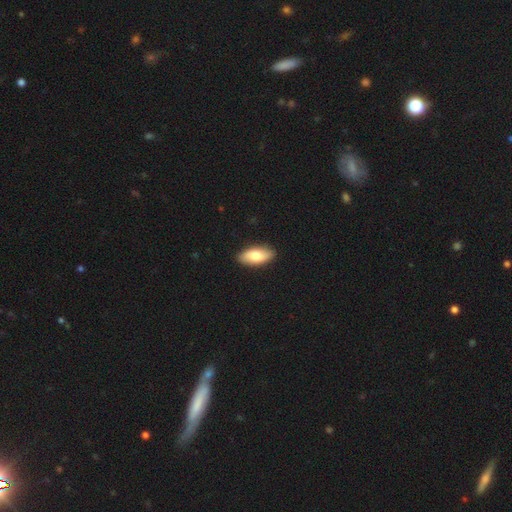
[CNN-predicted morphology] This is likely a smooth galaxy (74%). How rounded: clearly in between (89%). Merging: clearly none (90%).